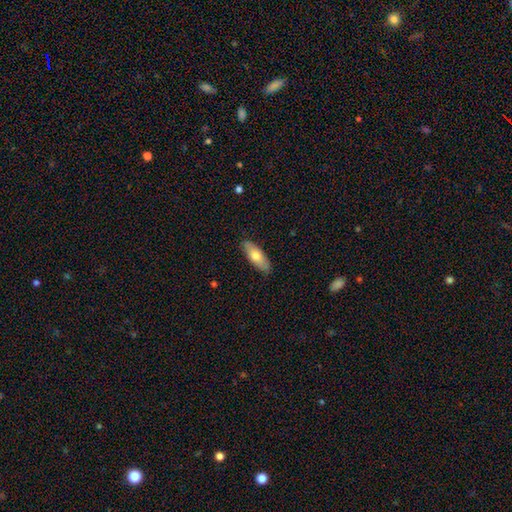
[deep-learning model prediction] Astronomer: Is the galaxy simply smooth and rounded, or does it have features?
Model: smooth — 69%.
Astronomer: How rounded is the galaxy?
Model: in between — 73%.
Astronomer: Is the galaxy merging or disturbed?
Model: none — 86%.